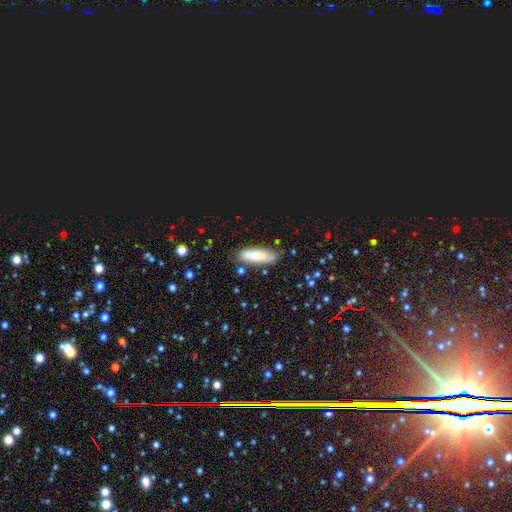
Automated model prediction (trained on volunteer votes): Q: Smooth or featured?
A: smooth (77%); runner-up: featured or disk (15%)
Q: How rounded?
A: in between (62%); runner-up: cigar-shaped (36%)
Q: Merging?
A: none (75%); runner-up: minor disturbance (18%)